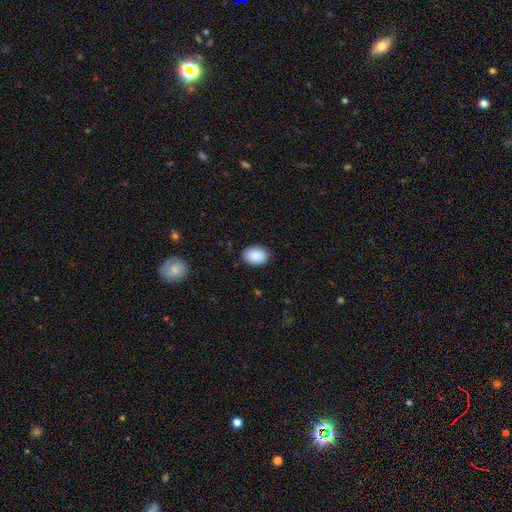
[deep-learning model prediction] Overall: smooth (88%). How rounded: in between (77%). Merging: none (86%).